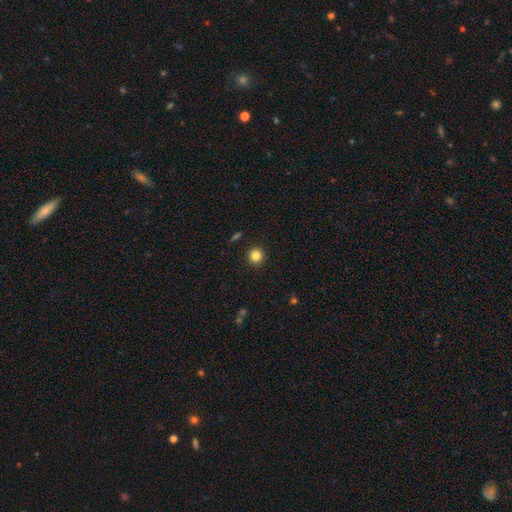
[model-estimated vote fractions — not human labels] smooth_or_featured: smooth (p=0.83) [alt: star or artifact p=0.11]
how_rounded: round (p=0.94) [alt: in between p=0.05]
merging: none (p=0.92) [alt: minor disturbance p=0.05]